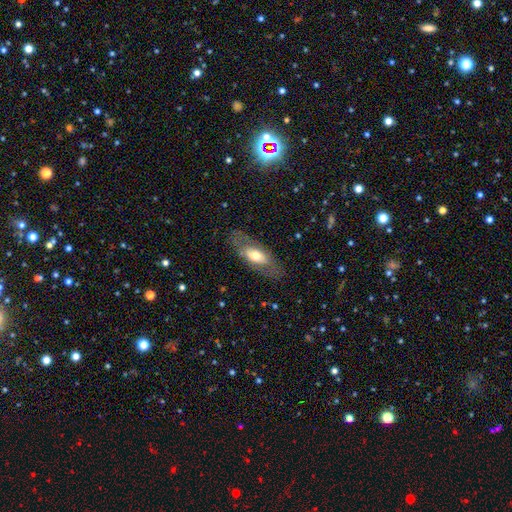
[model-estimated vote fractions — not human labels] This appears to be a smooth galaxy with no disk features (48%). Merging: none (75%).